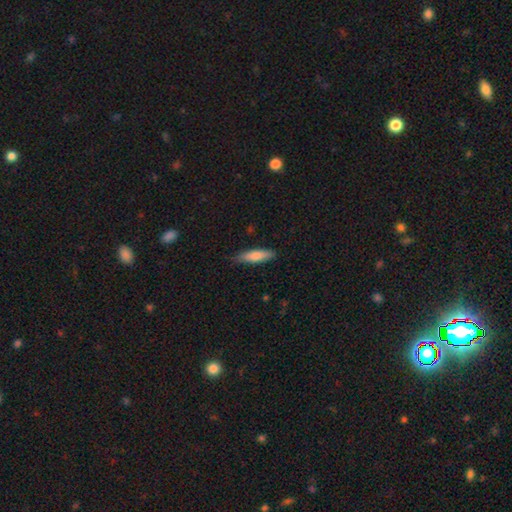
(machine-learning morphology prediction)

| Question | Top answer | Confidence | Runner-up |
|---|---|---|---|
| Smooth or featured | smooth | 75% | featured or disk (19%) |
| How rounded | cigar-shaped | 71% | in between (27%) |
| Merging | none | 83% | minor disturbance (13%) |